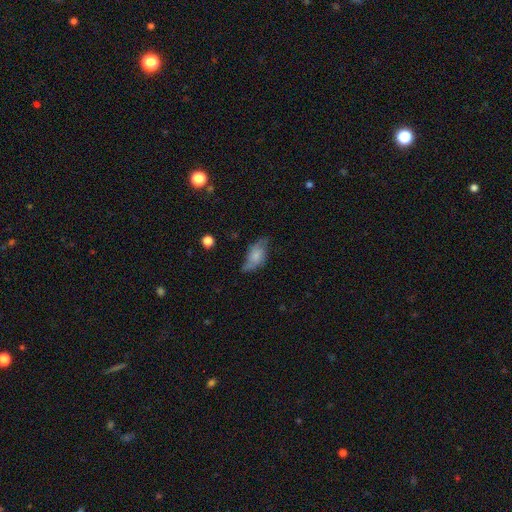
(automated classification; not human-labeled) This is possibly a smooth galaxy (51%). How rounded: clearly in between (89%). Merging: possibly none (53%).